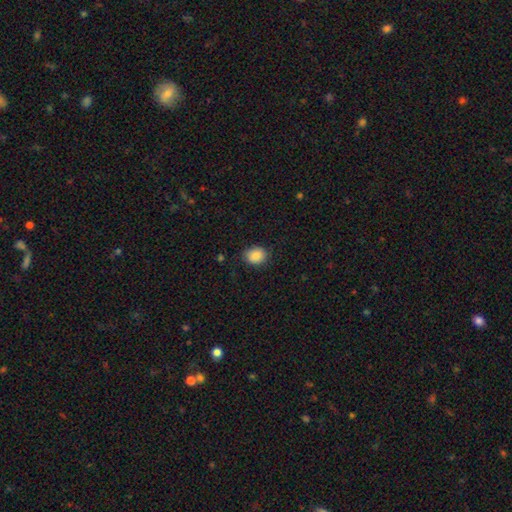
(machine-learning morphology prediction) Q: Smooth or featured?
A: smooth (87%); runner-up: star or artifact (8%)
Q: How rounded?
A: round (54%); runner-up: in between (45%)
Q: Merging?
A: none (83%); runner-up: minor disturbance (13%)